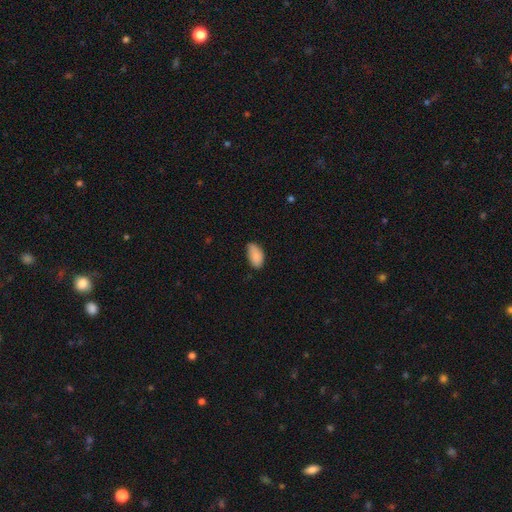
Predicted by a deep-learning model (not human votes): smooth 88%, star or artifact 7%, featured or disk 6%. Down the decision tree: how rounded — in between (94%); merging — none (66%).